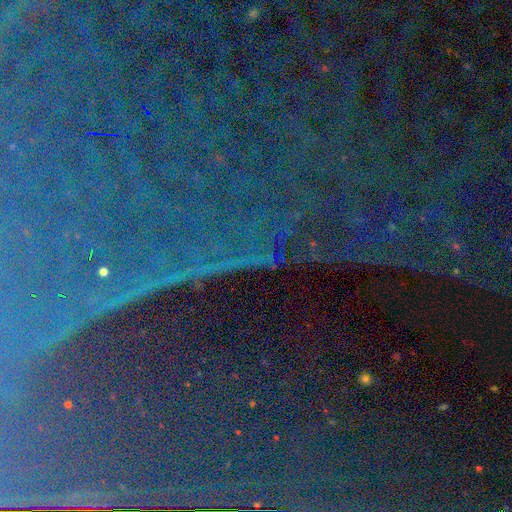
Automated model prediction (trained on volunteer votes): Morphology: type=star or artifact (85%).